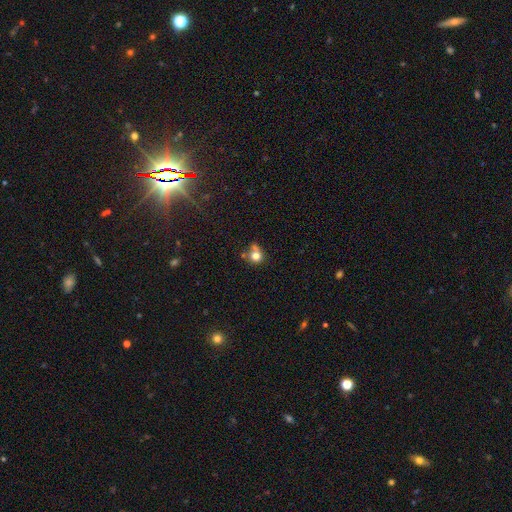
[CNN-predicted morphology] Q: Smooth or featured?
A: smooth (76%); runner-up: star or artifact (13%)
Q: How rounded?
A: round (82%); runner-up: in between (17%)
Q: Merging?
A: none (47%); runner-up: merger (24%)